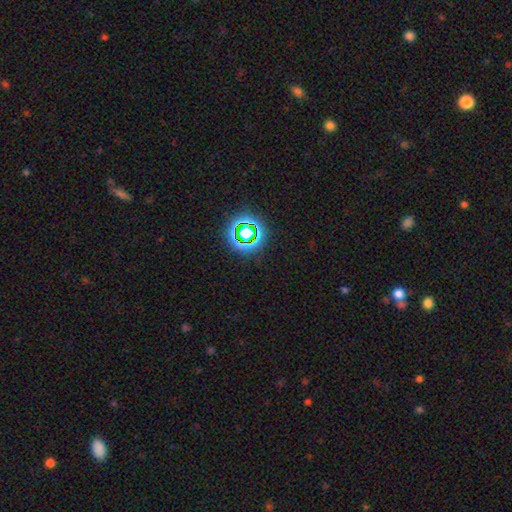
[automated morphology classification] This is possibly a star or artifact rather than a galaxy (56%).